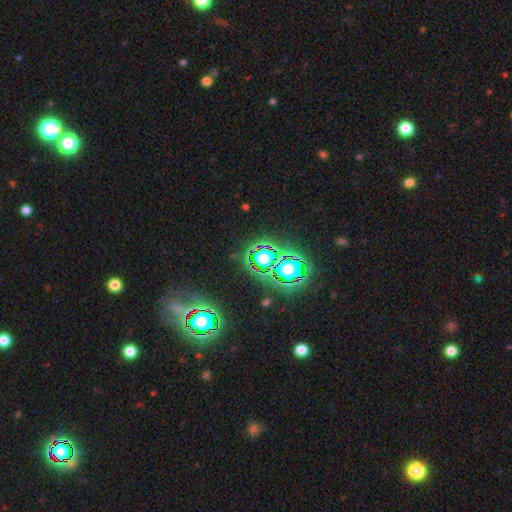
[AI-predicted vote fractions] The model was most divided on "smooth or featured": star or artifact: 77%, smooth: 14%, featured or disk: 9%.